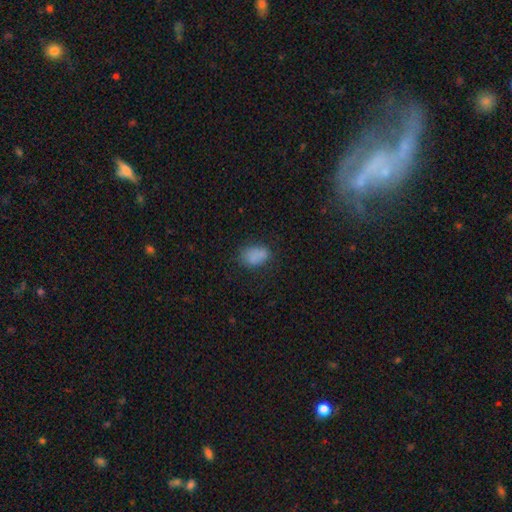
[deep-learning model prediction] This is clearly a smooth galaxy (83%). How rounded: likely in between (78%). Merging: likely none (71%).